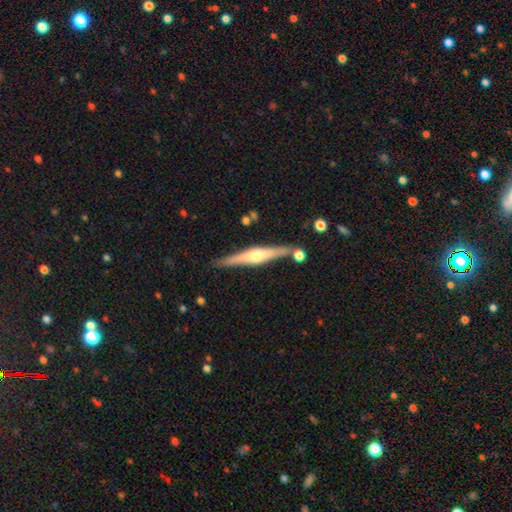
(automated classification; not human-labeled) Q: Smooth or featured?
A: featured or disk (73%); runner-up: smooth (22%)
Q: Edge-on disk?
A: yes (97%); runner-up: no (3%)
Q: Edge-on bulge?
A: rounded (90%); runner-up: boxy (6%)
Q: Merging?
A: none (84%); runner-up: minor disturbance (10%)